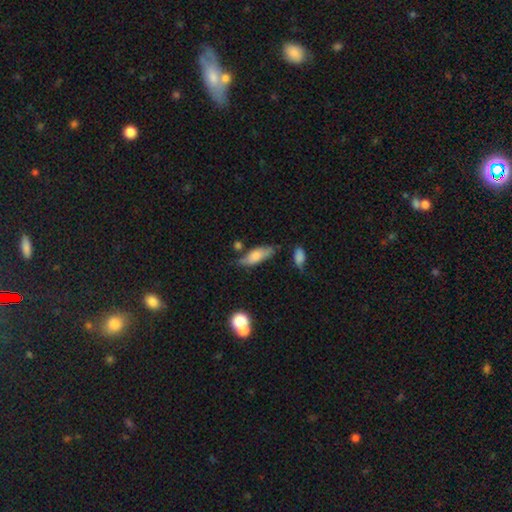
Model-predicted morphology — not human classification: Smooth or featured? smooth (66%)
How rounded? in between (66%)
Merging? none (59%)